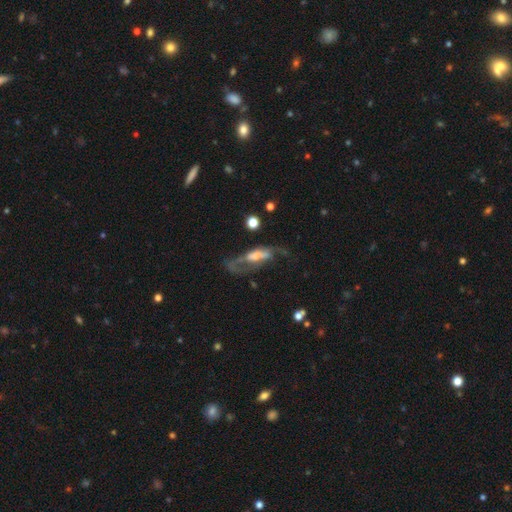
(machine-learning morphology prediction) This is likely a featured or disk galaxy (69%). It is likely not viewed edge-on (76%). Bar: marginally no (45%). Spiral arm pattern: likely yes (71%). Central bulge: marginally moderate (42%). Merging: marginally major disturbance (39%).